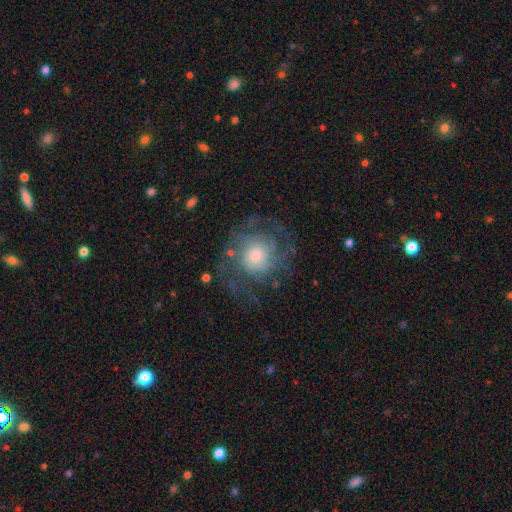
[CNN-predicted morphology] type=featured or disk (73%); edge-on=no (97%); bar=no (76%); spiral arms=yes (88%); winding=tight (45%); arm count=2 (33%); bulge=moderate (48%); merging=none (66%).